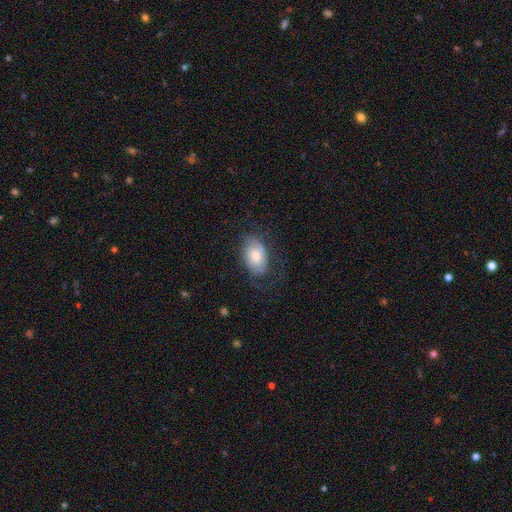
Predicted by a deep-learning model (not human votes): A smooth galaxy with no disk features (55%) that is in between round and cigar-shaped (89%).

Vote fractions:
- Smooth or featured? smooth: 55% / featured or disk: 38% / star or artifact: 7%
- How rounded? in between: 89% / round: 9% / cigar-shaped: 1%
- Merging? none: 56% / minor disturbance: 23% / major disturbance: 20% / merger: 1%